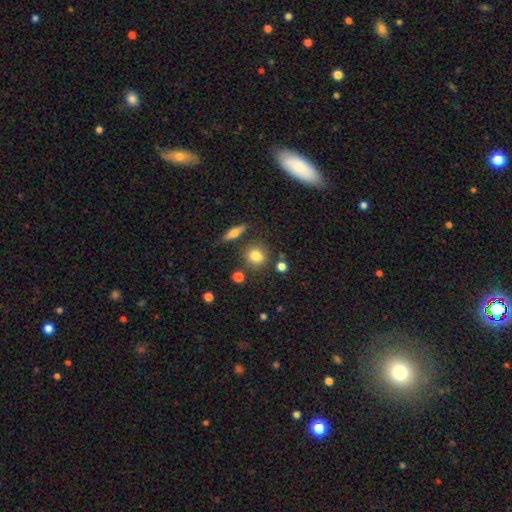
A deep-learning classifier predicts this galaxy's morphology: A smooth galaxy with no disk features (79%) that is round (75%).

Vote fractions:
- Smooth or featured? smooth: 79% / star or artifact: 12% / featured or disk: 10%
- How rounded? round: 75% / in between: 23% / cigar-shaped: 3%
- Merging? none: 77% / minor disturbance: 12% / merger: 7% / major disturbance: 4%